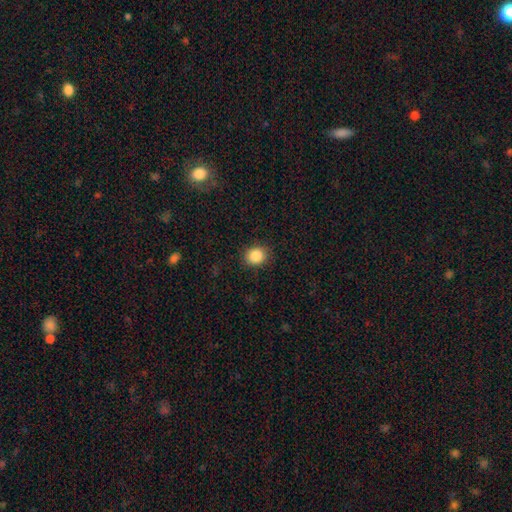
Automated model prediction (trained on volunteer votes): smooth 87%, star or artifact 10%, featured or disk 4%. Down the decision tree: how rounded — round (76%); merging — none (89%).